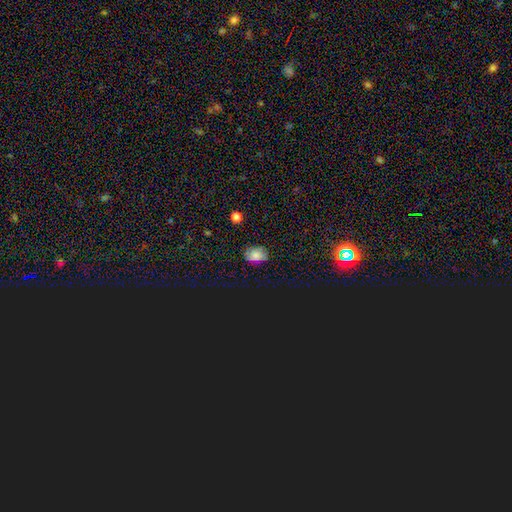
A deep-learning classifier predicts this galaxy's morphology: This appears to be a smooth galaxy with no disk features (61%) that is in between round and cigar-shaped (74%). Merging: none (79%).